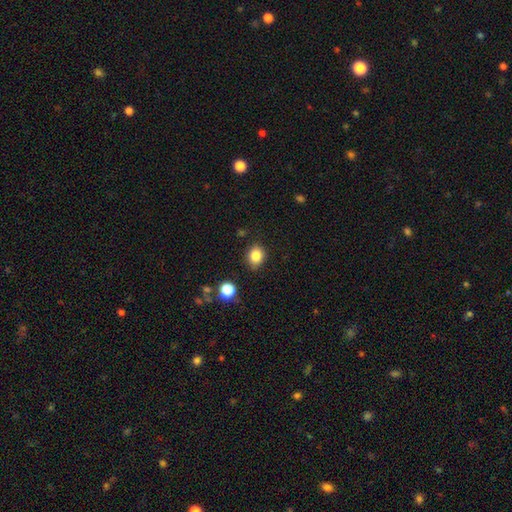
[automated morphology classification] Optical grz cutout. It shows a smooth galaxy with no disk features (83%) that is round (55%). Merging: none (83%).